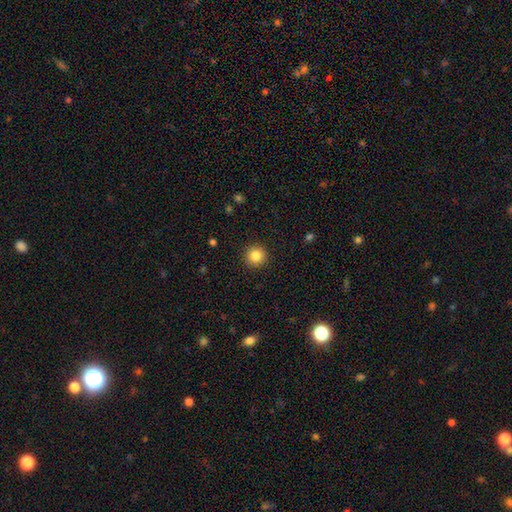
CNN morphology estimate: This appears to be a smooth galaxy with no disk features (84%) that is round (95%). Merging: none (92%).